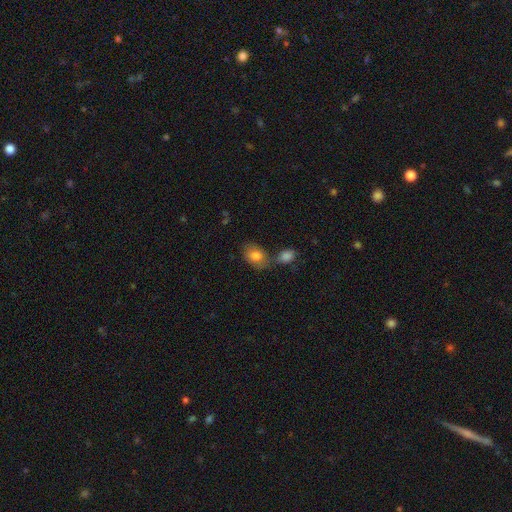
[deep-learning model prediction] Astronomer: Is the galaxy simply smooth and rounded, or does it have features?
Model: smooth — 80%.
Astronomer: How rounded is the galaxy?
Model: in between — 79%.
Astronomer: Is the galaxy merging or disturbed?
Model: none — 53%.